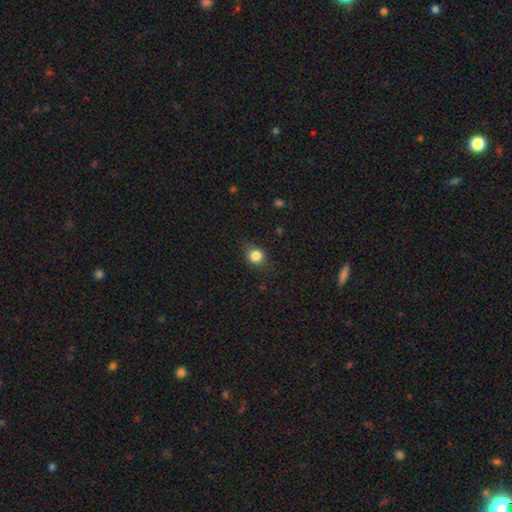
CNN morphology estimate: smooth 83%, star or artifact 11%, featured or disk 6%. Down the decision tree: how rounded — round (73%); merging — none (80%).